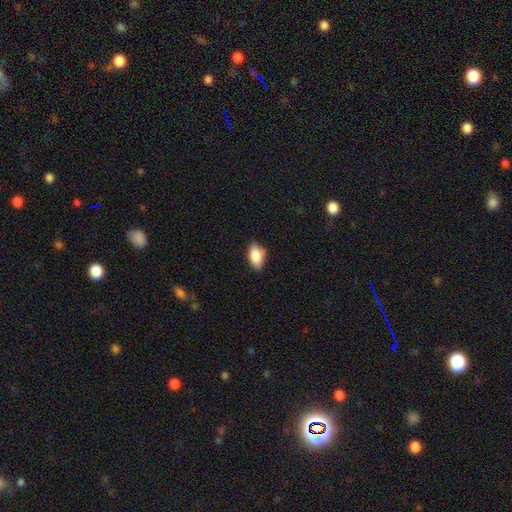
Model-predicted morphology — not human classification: This is clearly a smooth galaxy (85%). How rounded: clearly in between (90%). Merging: clearly none (81%).